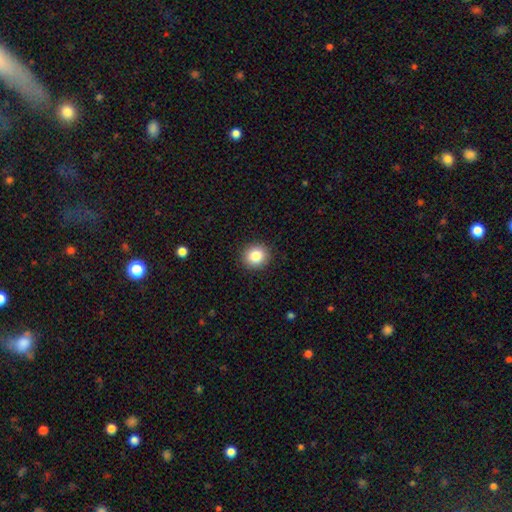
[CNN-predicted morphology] This is clearly a smooth galaxy (85%). How rounded: clearly round (85%). Merging: clearly none (91%).